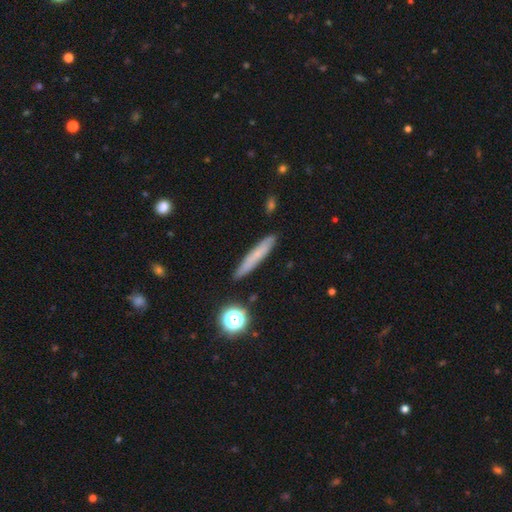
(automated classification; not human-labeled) smooth 63%, featured or disk 26%, star or artifact 10%. Down the decision tree: how rounded — cigar-shaped (92%); merging — none (89%).